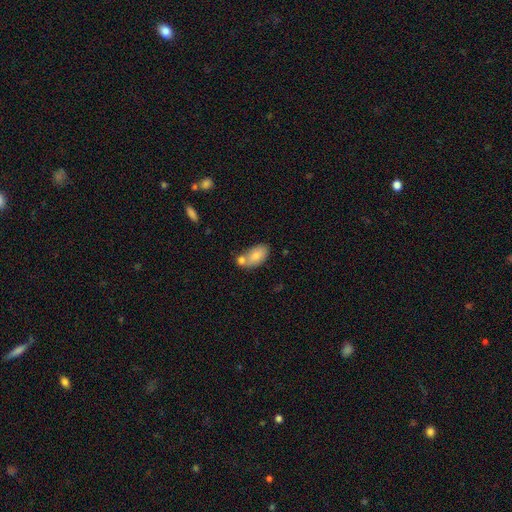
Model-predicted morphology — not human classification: smooth-or-featured: smooth: 79% | featured or disk: 14% | star or artifact: 7%
  how-rounded: in between: 92% | round: 5% | cigar-shaped: 3%
  merging: none: 45% | merger: 36% | minor disturbance: 15% | major disturbance: 4%